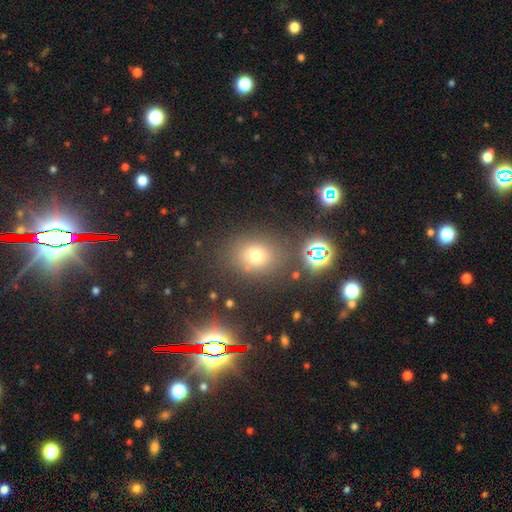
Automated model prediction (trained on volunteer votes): This is likely a smooth galaxy (65%). How rounded: likely round (60%). Merging: likely none (79%).